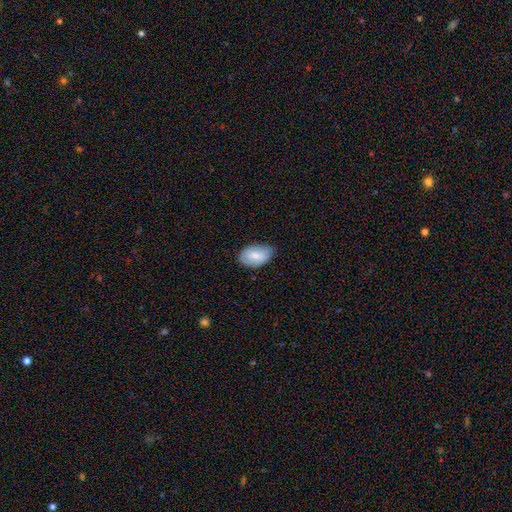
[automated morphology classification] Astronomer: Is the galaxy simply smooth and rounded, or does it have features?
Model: smooth — 77%.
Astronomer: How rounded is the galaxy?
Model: in between — 92%.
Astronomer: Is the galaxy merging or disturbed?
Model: none — 65%.